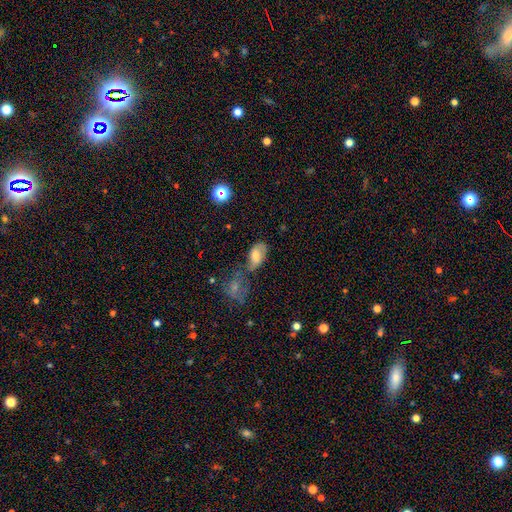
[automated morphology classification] Q: Smooth or featured?
A: smooth (68%); runner-up: featured or disk (22%)
Q: How rounded?
A: in between (91%); runner-up: round (6%)
Q: Merging?
A: none (39%); runner-up: minor disturbance (25%)